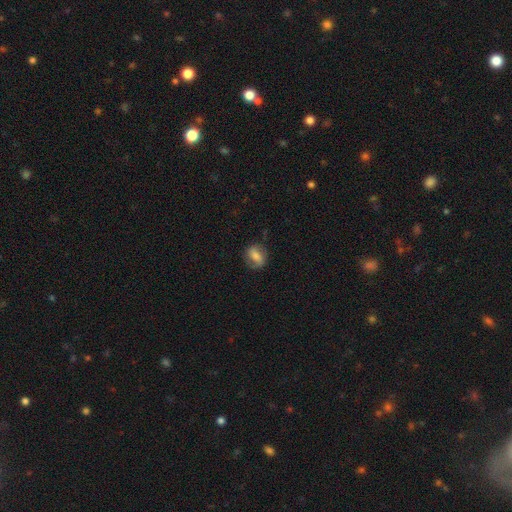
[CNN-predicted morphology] Smooth or featured?
  - smooth: 58% *
  - featured or disk: 33%
  - star or artifact: 9%
How rounded?
  - in between: 61% *
  - round: 36%
  - cigar-shaped: 4%
Merging?
  - none: 70% *
  - minor disturbance: 20%
  - major disturbance: 8%
  - merger: 1%